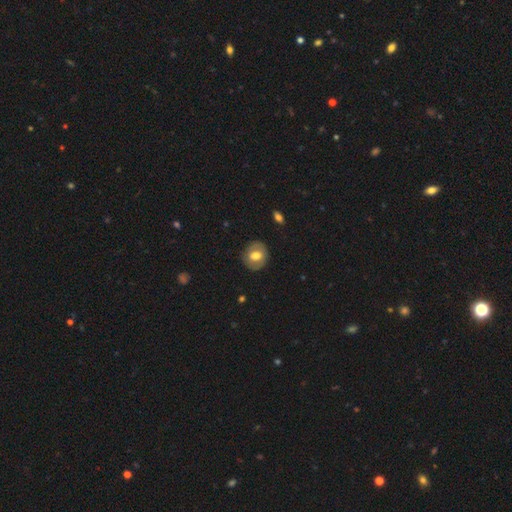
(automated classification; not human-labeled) smooth-or-featured: smooth: 56% | featured or disk: 38% | star or artifact: 7%
  how-rounded: round: 72% | in between: 27% | cigar-shaped: 1%
  merging: none: 84% | minor disturbance: 11% | major disturbance: 4% | merger: 1%